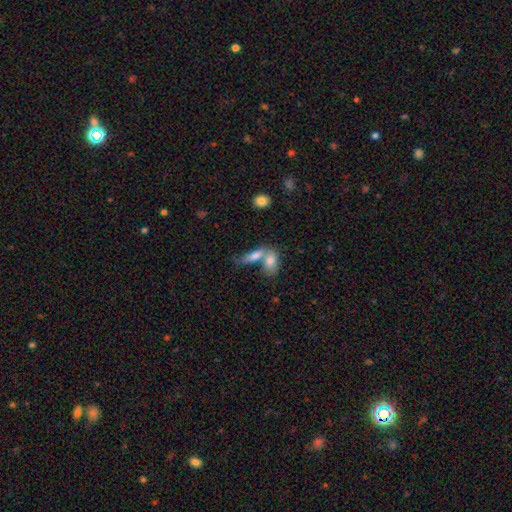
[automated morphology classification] The model was most divided on "merging": merger: 53%, none: 33%, minor disturbance: 9%, major disturbance: 5%. More confident: smooth or featured — smooth (70%); how rounded — in between (67%).